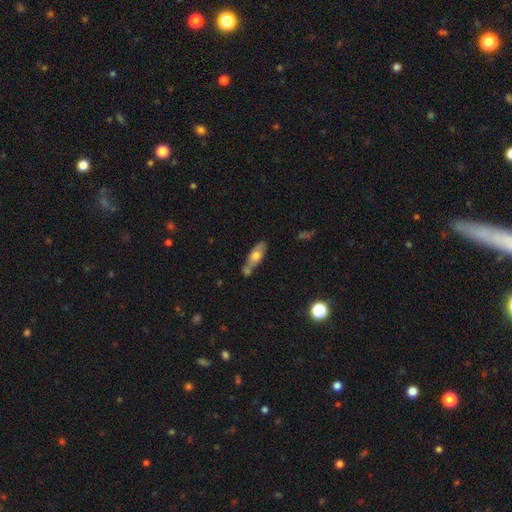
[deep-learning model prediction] Smooth or featured? smooth (54%)
How rounded? in between (57%)
Merging? none (48%)